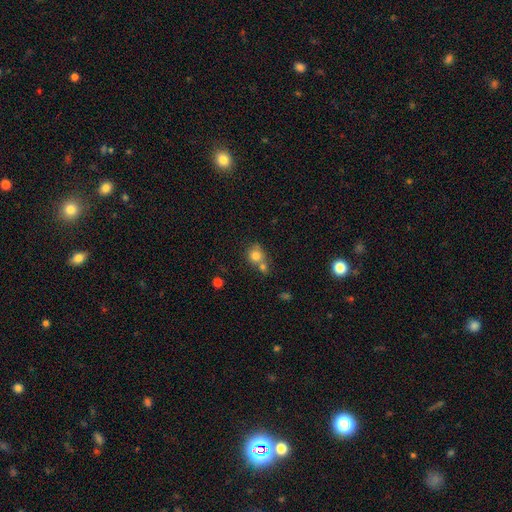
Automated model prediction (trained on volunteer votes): A smooth galaxy with no disk features (77%) that is round (81%). Merging: none (43%, tied with merger).